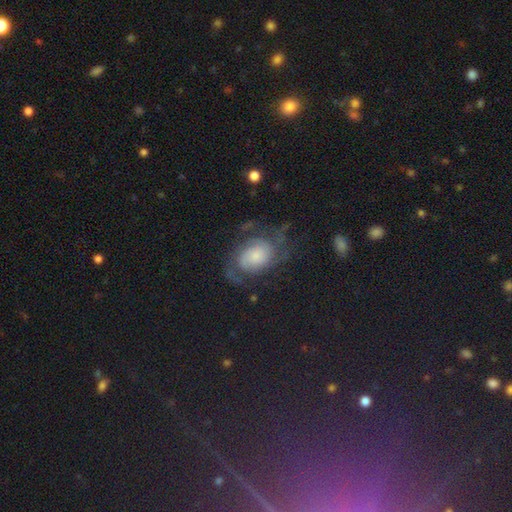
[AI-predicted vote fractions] featured or disk 74%, smooth 18%, star or artifact 9%. Down the decision tree: edge-on disk — no (97%); bar — no (75%); spiral arms — yes (92%); spiral arm count — 2 (42%); spiral winding — medium (43%); bulge size — small (38%); merging — none (58%).